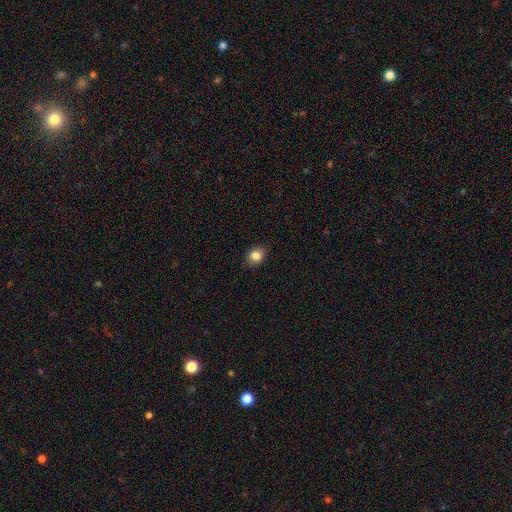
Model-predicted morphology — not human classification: This appears to be a smooth galaxy with no disk features (85%) that is round (51%). Merging: none (87%).